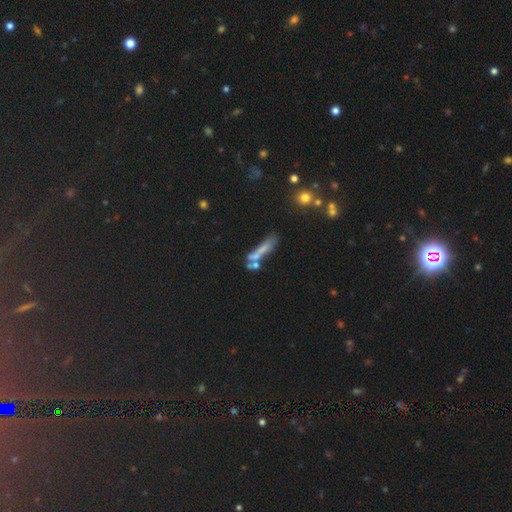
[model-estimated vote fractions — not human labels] Smooth or featured: smooth — 50% (featured or disk — 31%)
Merging: none — 43% (merger — 28%)